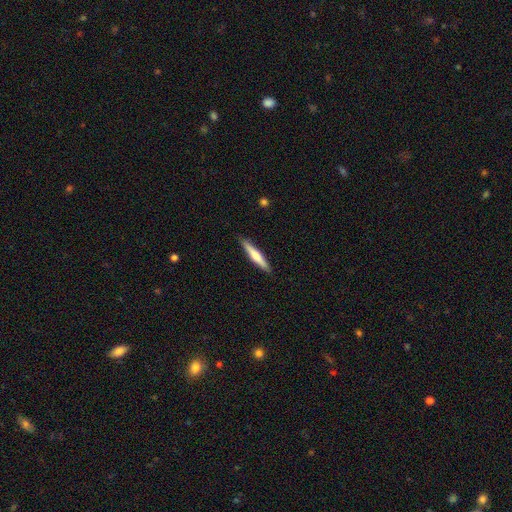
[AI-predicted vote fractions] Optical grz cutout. It shows a smooth galaxy with no disk features (57%) that is cigar-shaped (92%). Merging: none (89%).